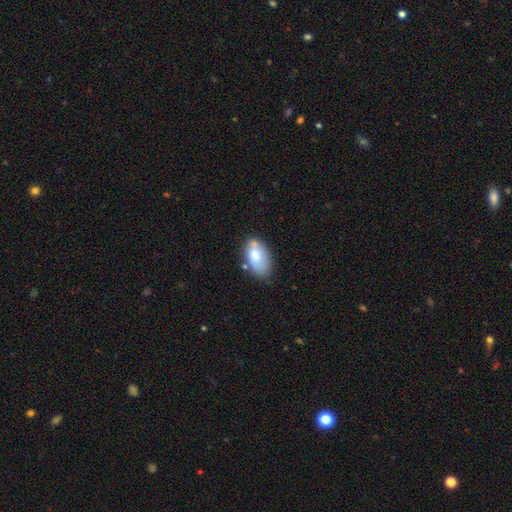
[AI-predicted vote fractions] smooth-or-featured: smooth: 75% | featured or disk: 18% | star or artifact: 7%
  how-rounded: in between: 93% | round: 5% | cigar-shaped: 2%
  merging: none: 63% | minor disturbance: 24% | merger: 8% | major disturbance: 5%